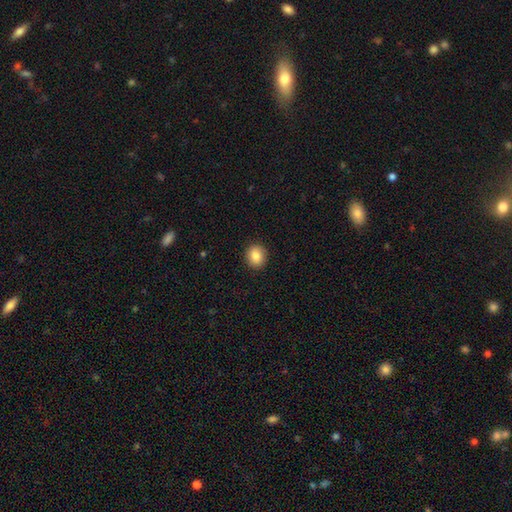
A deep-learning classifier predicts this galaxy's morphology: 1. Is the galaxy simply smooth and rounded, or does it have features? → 85% smooth, 9% star or artifact, 6% featured or disk.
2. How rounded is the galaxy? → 75% round, 24% in between, 1% cigar-shaped.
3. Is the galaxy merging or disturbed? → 91% none, 6% minor disturbance, 2% major disturbance, 1% merger.